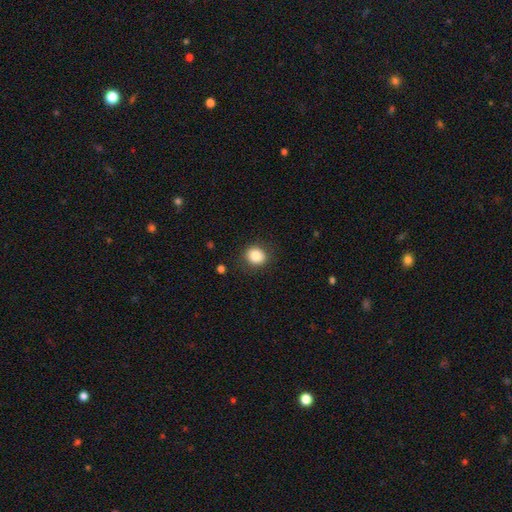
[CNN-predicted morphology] Smooth or featured? Predicted: smooth (p=0.82). How rounded? Predicted: round (p=0.80). Merging? Predicted: none (p=0.87).